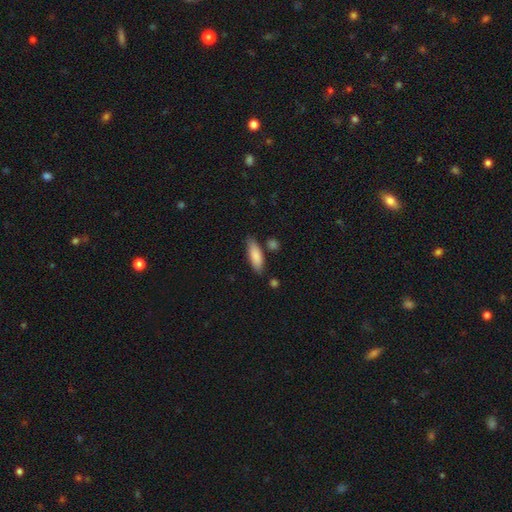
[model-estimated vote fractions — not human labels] The model was most divided on "how rounded": in between: 56%, cigar-shaped: 42%, round: 2%. More confident: smooth or featured — smooth (86%); merging — none (79%).